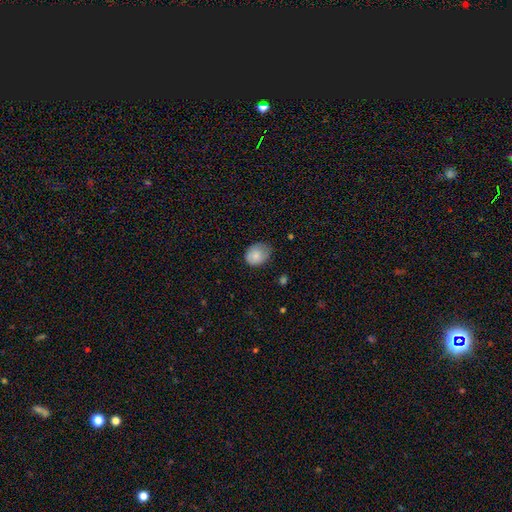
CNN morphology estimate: Smooth or featured?
  - smooth: 82% *
  - featured or disk: 10%
  - star or artifact: 8%
How rounded?
  - in between: 54% *
  - round: 45%
  - cigar-shaped: 1%
Merging?
  - none: 54% *
  - minor disturbance: 36%
  - major disturbance: 8%
  - merger: 1%